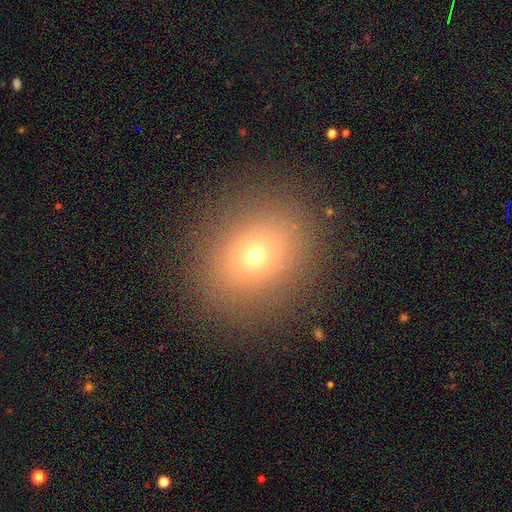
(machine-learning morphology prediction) Smooth or featured?
  - smooth: 67% *
  - star or artifact: 20%
  - featured or disk: 12%
How rounded?
  - round: 61% *
  - in between: 38%
  - cigar-shaped: 1%
Merging?
  - none: 85% *
  - minor disturbance: 9%
  - major disturbance: 5%
  - merger: 1%